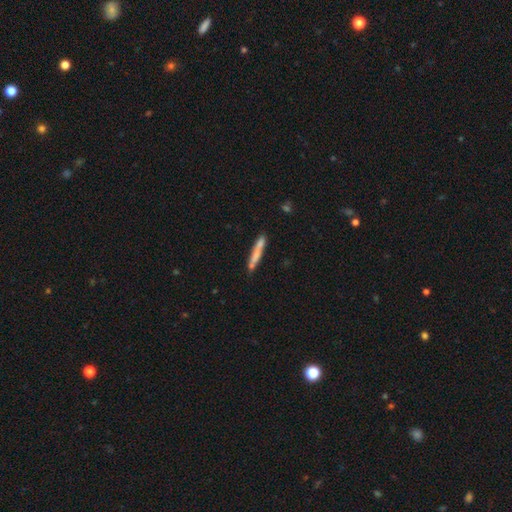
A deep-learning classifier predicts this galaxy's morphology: smooth-or-featured: smooth: 68% | featured or disk: 25% | star or artifact: 7%
  how-rounded: cigar-shaped: 94% | in between: 5% | round: 1%
  merging: none: 70% | minor disturbance: 16% | merger: 10% | major disturbance: 4%